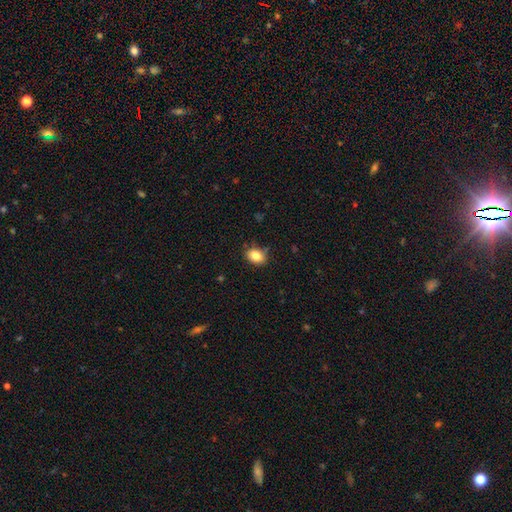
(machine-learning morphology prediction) smooth 84%, star or artifact 9%, featured or disk 7%. Down the decision tree: how rounded — in between (70%); merging — none (79%).